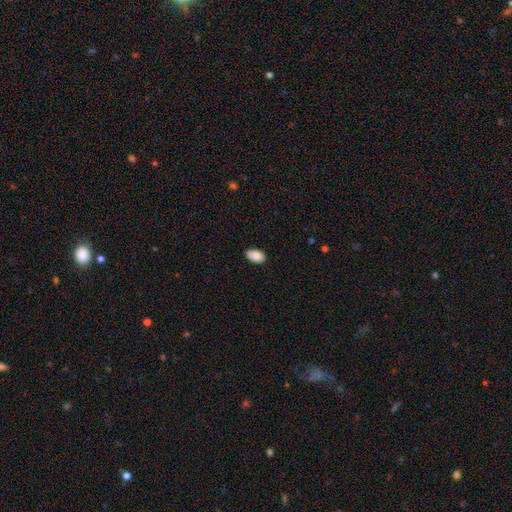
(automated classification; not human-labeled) Smooth or featured? Predicted: smooth (p=0.88). How rounded? Predicted: in between (p=0.93). Merging? Predicted: none (p=0.83).